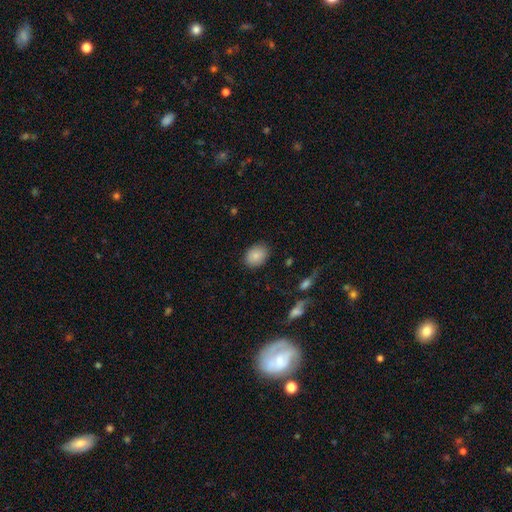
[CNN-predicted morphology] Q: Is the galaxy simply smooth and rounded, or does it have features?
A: smooth — 84%.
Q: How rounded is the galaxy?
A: in between — 61%.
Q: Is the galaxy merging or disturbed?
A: none — 86%.